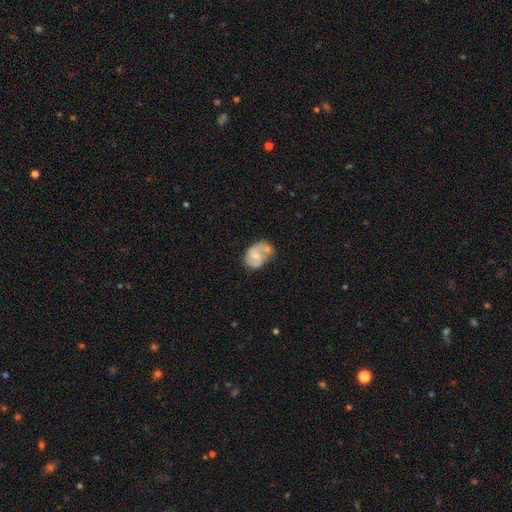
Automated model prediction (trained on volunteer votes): The model was most divided on "bulge size": moderate: 46%, small: 43%, none: 7%, large: 3%, dominant: 1%. Remaining: edge-on disk — no (98%); spiral arms — yes (81%); spiral arm count — 2 (71%); smooth or featured — featured or disk (65%); bar — no (58%); spiral winding — medium (47%); merging — none (39%).